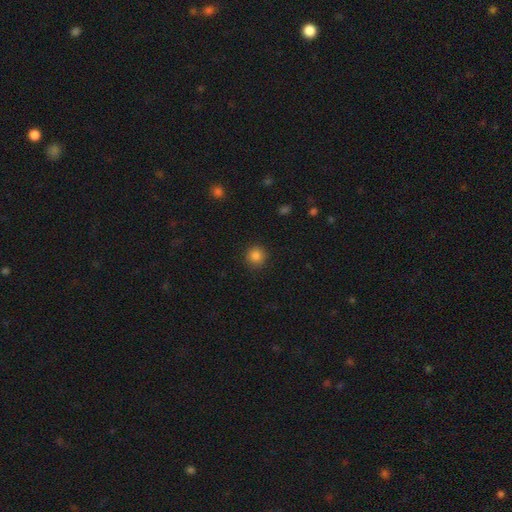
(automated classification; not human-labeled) A smooth galaxy with no disk features (85%) that is round (94%). Merging: none (91%).